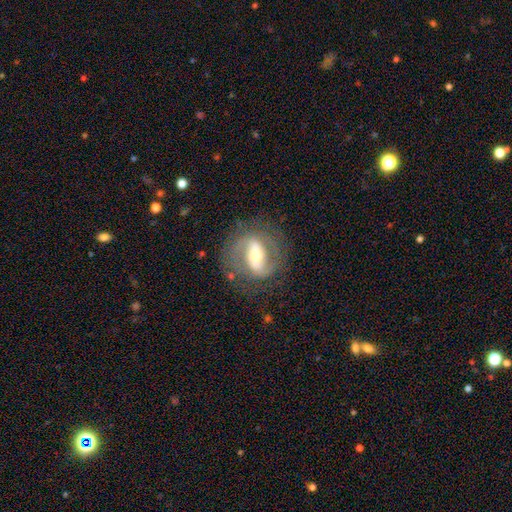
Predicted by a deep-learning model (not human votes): Smooth or featured: featured or disk — 77% (smooth — 16%)
Edge-on disk: no — 93% (yes — 7%)
Bar: strong — 56% (weak — 27%)
Spiral arms: yes — 79% (no — 21%)
Spiral winding: medium — 48% (tight — 26%)
Spiral arm count: 2 — 83% (can't tell — 9%)
Bulge size: moderate — 60% (small — 30%)
Merging: none — 73% (minor disturbance — 15%)